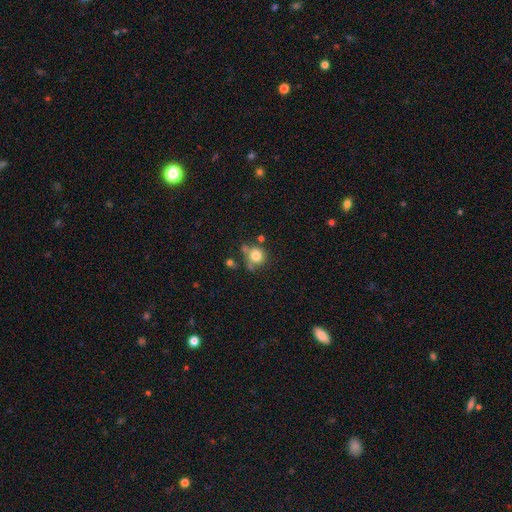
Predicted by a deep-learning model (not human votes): A smooth galaxy with no disk features (79%) that is round (85%).

Vote fractions:
- Smooth or featured? smooth: 79% / star or artifact: 11% / featured or disk: 10%
- How rounded? round: 85% / in between: 14% / cigar-shaped: 1%
- Merging? none: 55% / minor disturbance: 20% / merger: 17% / major disturbance: 9%